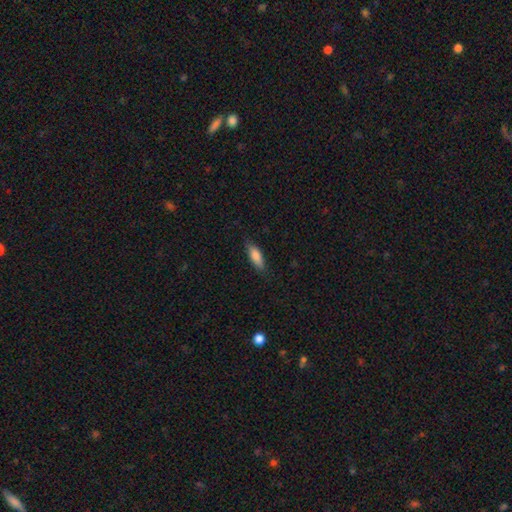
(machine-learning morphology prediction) Smooth or featured? smooth (82%)
How rounded? in between (59%)
Merging? none (83%)